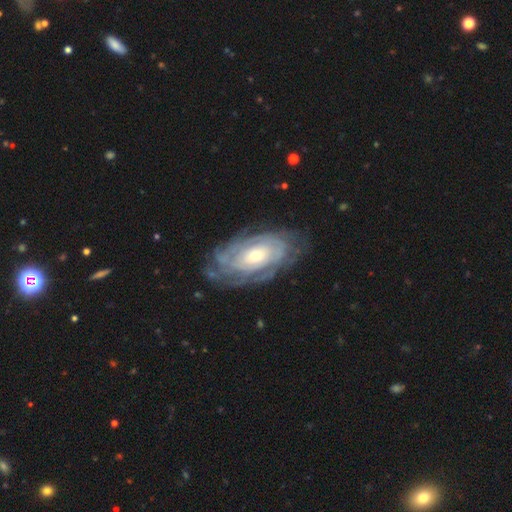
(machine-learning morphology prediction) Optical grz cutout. It shows a featured or disk galaxy (84%) with no bar (72%), tight (77%) spiral arms (92%) and a moderate central bulge (50%). Merging: none (75%).